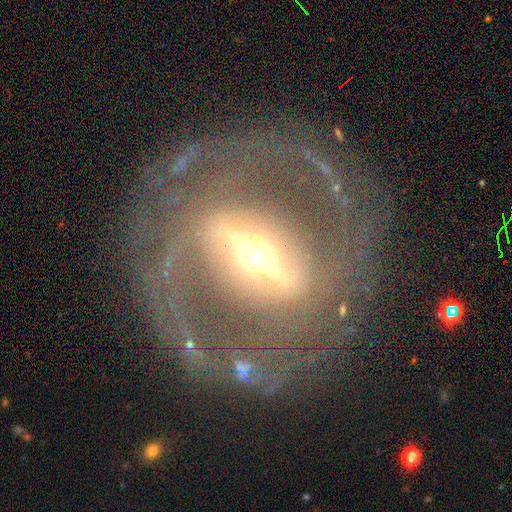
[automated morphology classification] Smooth or featured? Predicted: featured or disk (p=0.86). Edge-on disk? Predicted: no (p=0.76). Bar? Predicted: strong (p=0.83). Spiral arms? Predicted: yes (p=0.66). Bulge size? Predicted: moderate (p=0.62). Merging? Predicted: none (p=0.71).